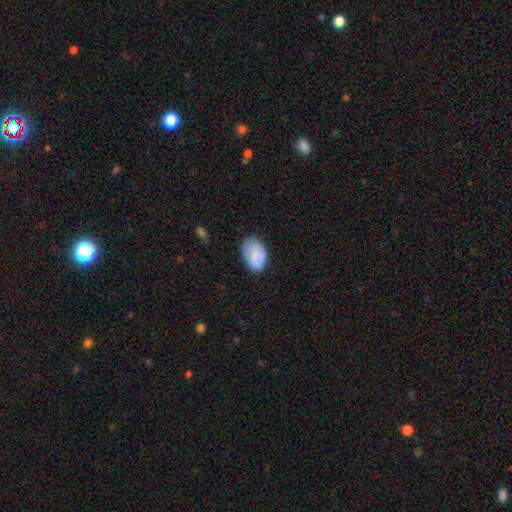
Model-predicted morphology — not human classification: smooth_or_featured: smooth (p=0.75) [alt: featured or disk p=0.18]
how_rounded: in between (p=0.88) [alt: round p=0.10]
merging: none (p=0.66) [alt: minor disturbance p=0.26]